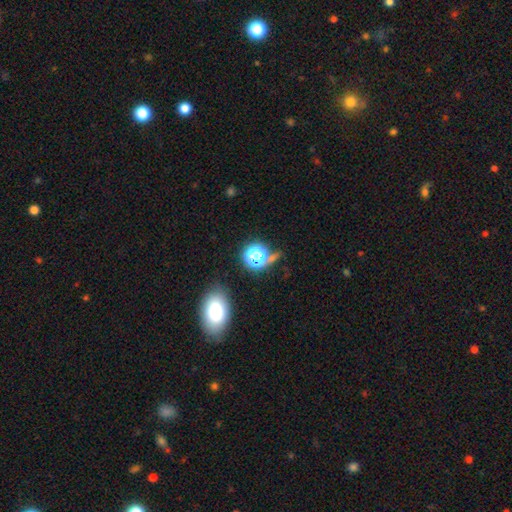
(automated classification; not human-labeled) Overall: smooth (46%; star or artifact 44%). Merging: none (63%).